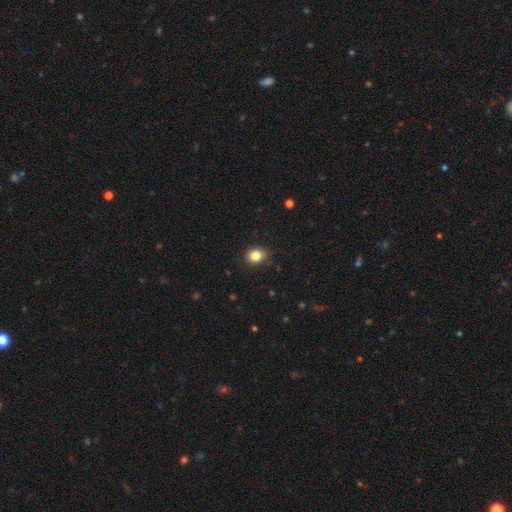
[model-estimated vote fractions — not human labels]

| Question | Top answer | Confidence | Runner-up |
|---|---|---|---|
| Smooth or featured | smooth | 83% | star or artifact (11%) |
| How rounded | round | 57% | in between (42%) |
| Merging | none | 81% | minor disturbance (15%) |